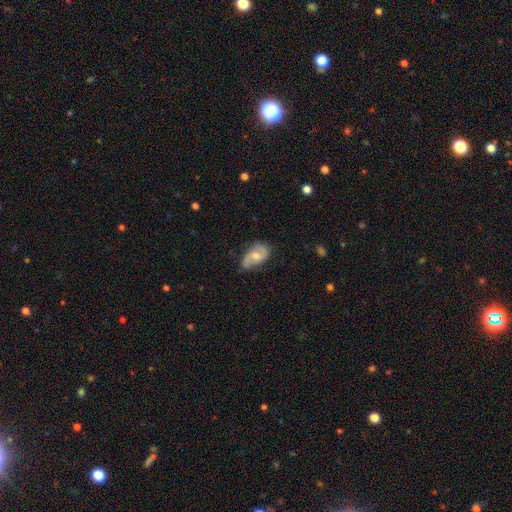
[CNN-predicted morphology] A featured or disk galaxy (61%) with no bar (51%), 2 (84%) medium (41%, tied with loose) spiral arms (88%) and a moderate central bulge (64%). Merging: none (64%).